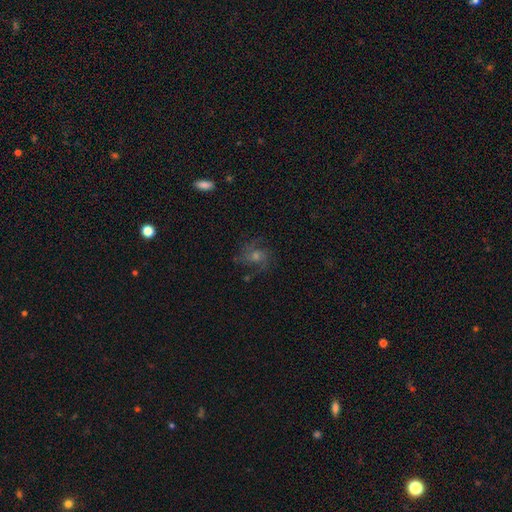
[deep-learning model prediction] smooth_or_featured: featured or disk (p=0.59) [alt: star or artifact p=0.22]
disk_edge_on: no (p=0.96) [alt: yes p=0.04]
bar: no (p=0.71) [alt: weak p=0.25]
has_spiral_arms: yes (p=0.90) [alt: no p=0.10]
spiral_winding: medium (p=0.51) [alt: tight p=0.28]
spiral_arm_count: 3 (p=0.28) [alt: can't tell p=0.27]
bulge_size: moderate (p=0.49) [alt: small p=0.36]
merging: none (p=0.74) [alt: minor disturbance p=0.14]